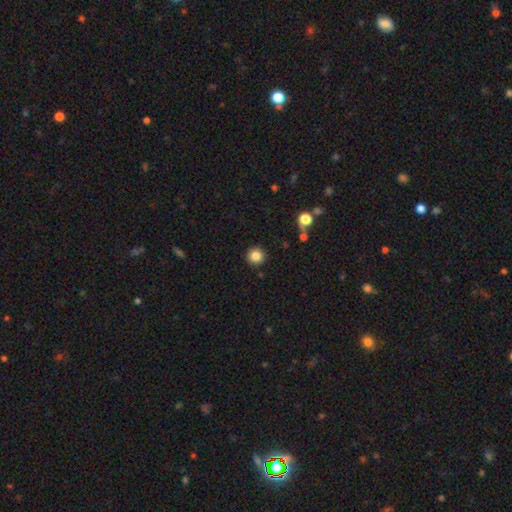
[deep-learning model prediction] Morphology: type=smooth (84%); roundness=round (95%); merging=none (92%).